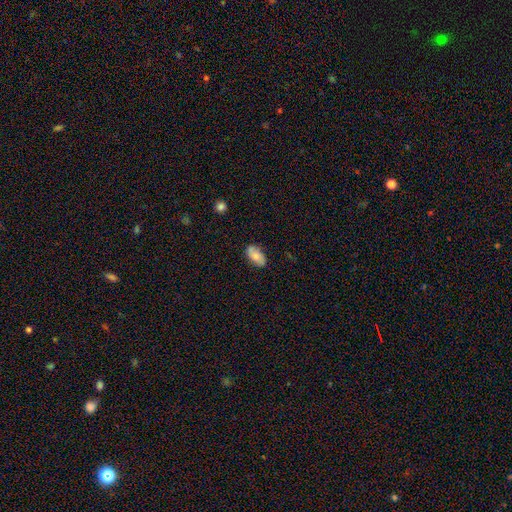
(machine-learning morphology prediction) smooth-or-featured: smooth: 71% | featured or disk: 21% | star or artifact: 7%
  how-rounded: in between: 93% | round: 3% | cigar-shaped: 3%
  merging: none: 79% | minor disturbance: 16% | major disturbance: 3% | merger: 2%